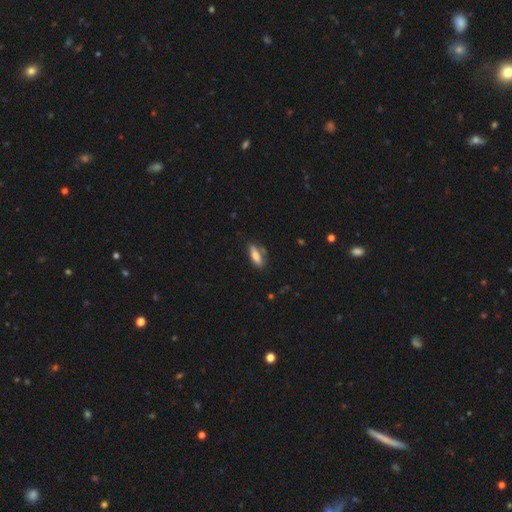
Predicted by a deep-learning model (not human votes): The model was most divided on "how rounded": in between: 62%, cigar-shaped: 36%, round: 3%. More confident: smooth or featured — smooth (73%); merging — none (73%).